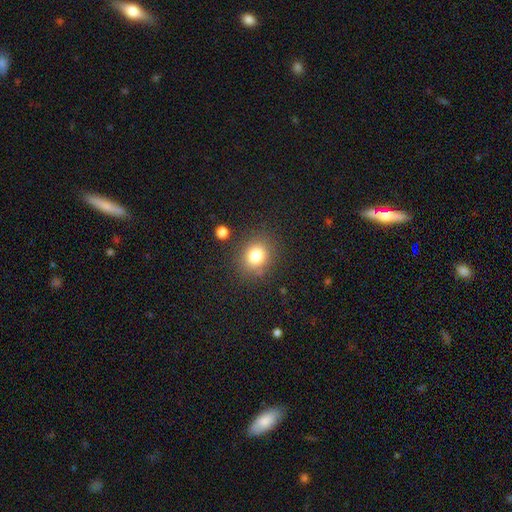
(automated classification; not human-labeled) The model was most divided on "how rounded": round: 71%, in between: 28%, cigar-shaped: 1%. More confident: merging — none (83%); smooth or featured — smooth (80%).